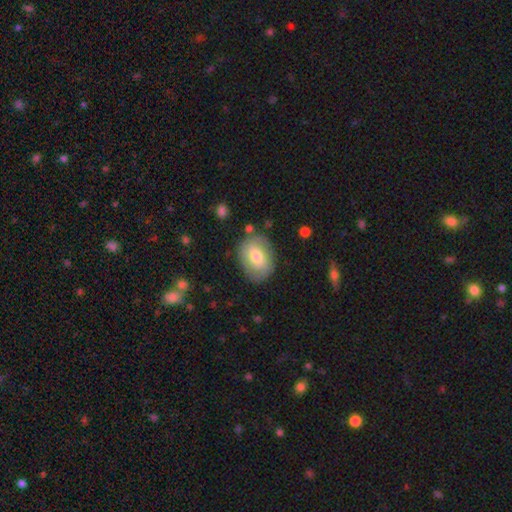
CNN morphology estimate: Overall: smooth (65%; featured or disk 28%). How rounded: in between (64%; round 34%). Merging: none (79%).